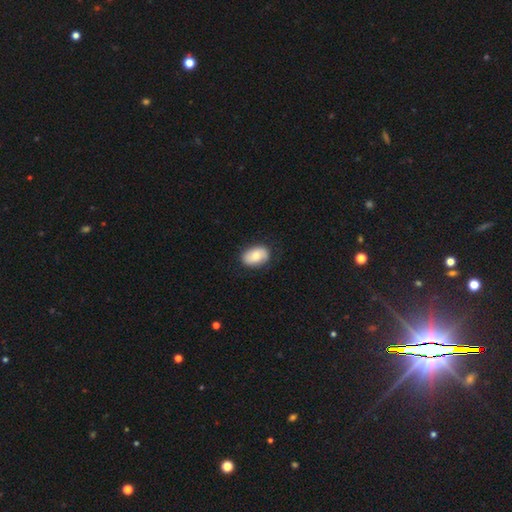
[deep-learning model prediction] Overall: smooth (77%). How rounded: in between (87%). Merging: none (80%).